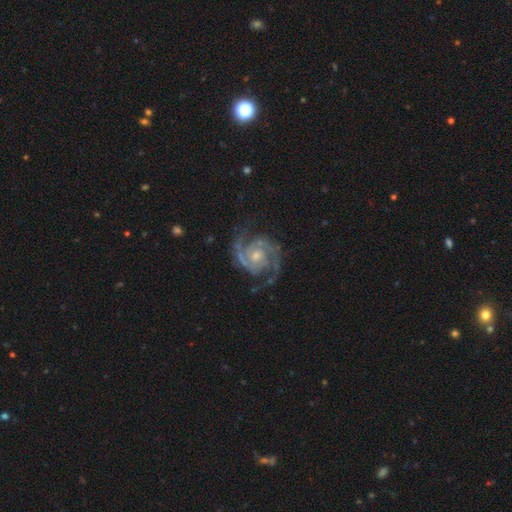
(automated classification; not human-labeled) This appears to be a featured or disk galaxy (93%) with no bar (64%), 2 (87%) medium (48%) spiral arms (99%) and a moderate central bulge (48%). Merging: none (77%).